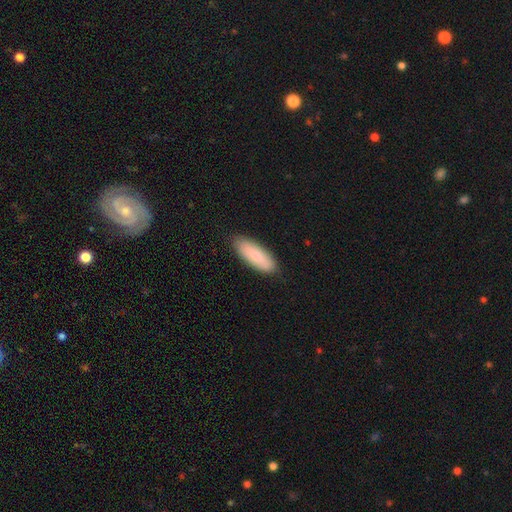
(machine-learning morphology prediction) smooth_or_featured: smooth (p=0.84) [alt: featured or disk p=0.11]
how_rounded: in between (p=0.67) [alt: cigar-shaped p=0.31]
merging: none (p=0.86) [alt: minor disturbance p=0.11]